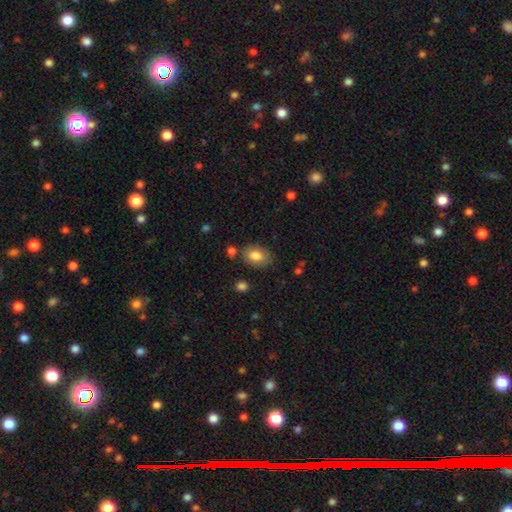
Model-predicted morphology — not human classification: Overall: smooth (82%). How rounded: in between (78%). Merging: none (78%).